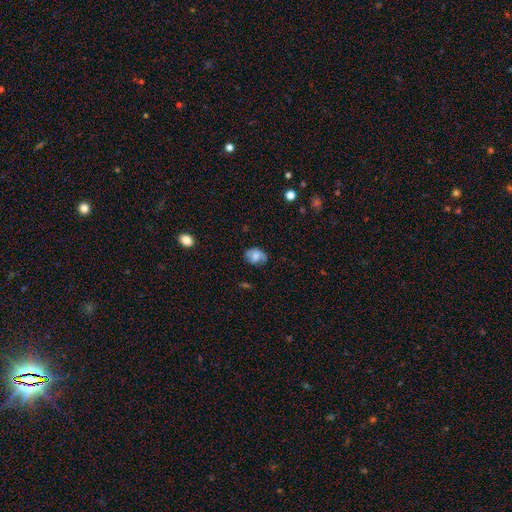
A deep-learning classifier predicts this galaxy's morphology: A smooth galaxy with no disk features (61%) that is in between round and cigar-shaped (65%). Merging: none (56%).